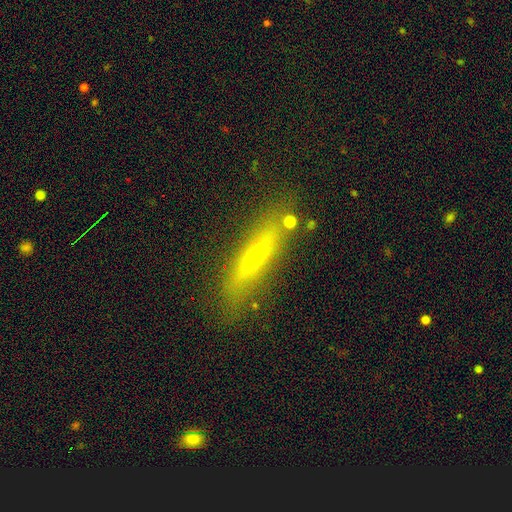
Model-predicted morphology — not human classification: The model was most divided on "smooth or featured": smooth: 49%, featured or disk: 42%, star or artifact: 10%. More confident: merging — none (78%).